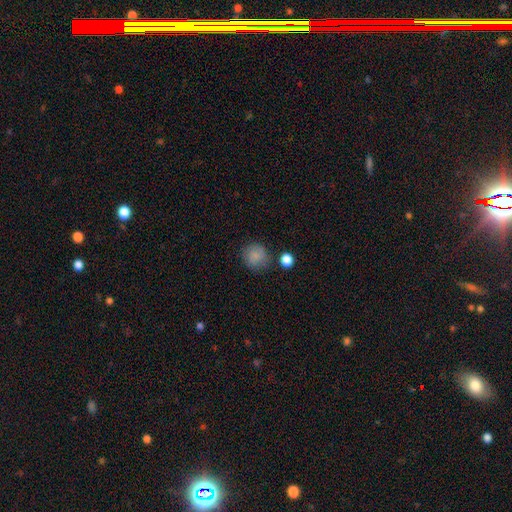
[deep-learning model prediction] A smooth galaxy with no disk features (83%) that is round (88%). Merging: none (75%).